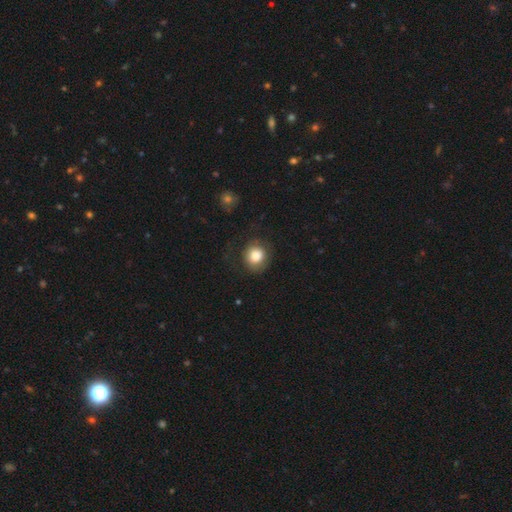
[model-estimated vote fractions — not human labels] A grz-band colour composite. It shows a smooth galaxy with no disk features (82%) that is round (85%). Merging: none (71%).